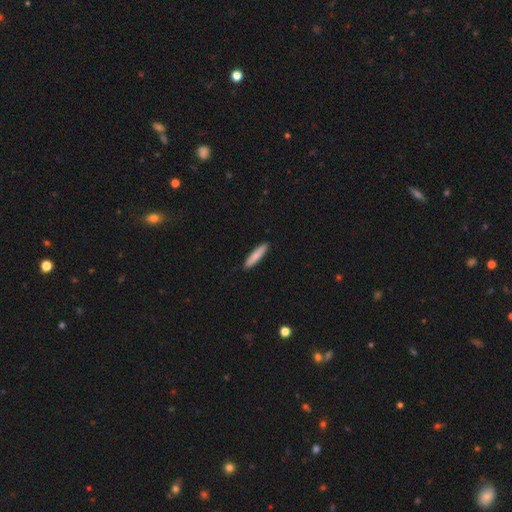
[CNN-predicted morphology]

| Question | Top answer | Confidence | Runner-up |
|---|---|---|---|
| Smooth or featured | smooth | 82% | featured or disk (12%) |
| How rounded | cigar-shaped | 87% | in between (12%) |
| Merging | none | 91% | minor disturbance (6%) |